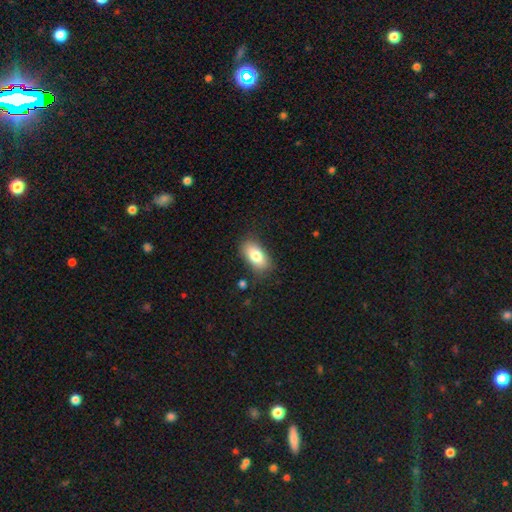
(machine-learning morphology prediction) This appears to be a smooth galaxy with no disk features (80%) that is in between round and cigar-shaped (90%). Merging: none (81%).